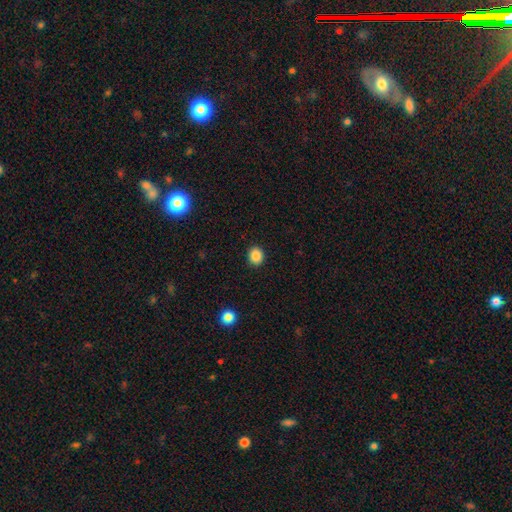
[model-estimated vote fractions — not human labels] Morphology: type=smooth (87%); roundness=round (68%); merging=none (91%).